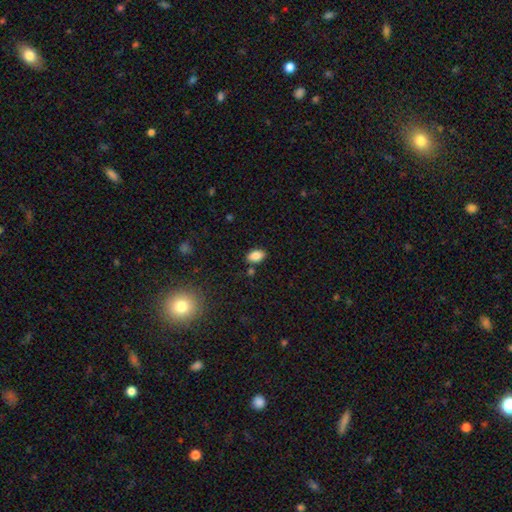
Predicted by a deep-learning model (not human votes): This appears to be a smooth galaxy with no disk features (85%) that is in between round and cigar-shaped (91%). Merging: none (83%).